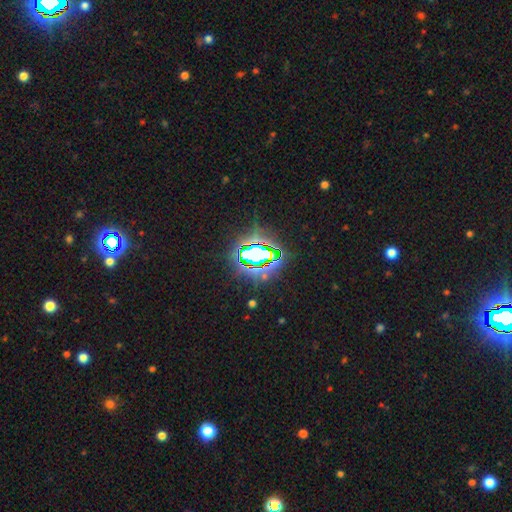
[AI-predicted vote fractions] Smooth or featured? Predicted: star or artifact (p=0.76).